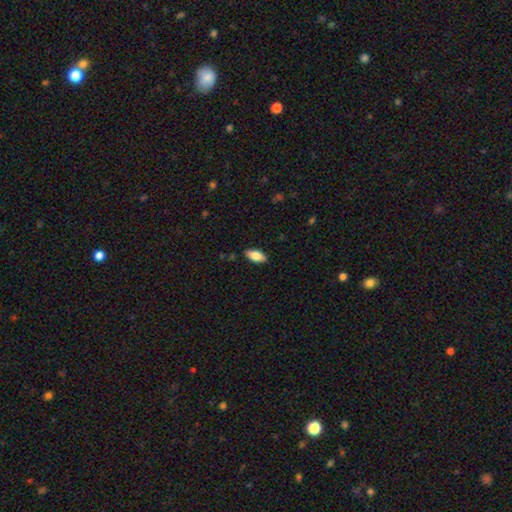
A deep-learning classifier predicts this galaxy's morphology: Smooth or featured?
  - smooth: 84% *
  - featured or disk: 10%
  - star or artifact: 7%
How rounded?
  - in between: 90% *
  - cigar-shaped: 8%
  - round: 2%
Merging?
  - none: 87% *
  - minor disturbance: 10%
  - major disturbance: 2%
  - merger: 1%